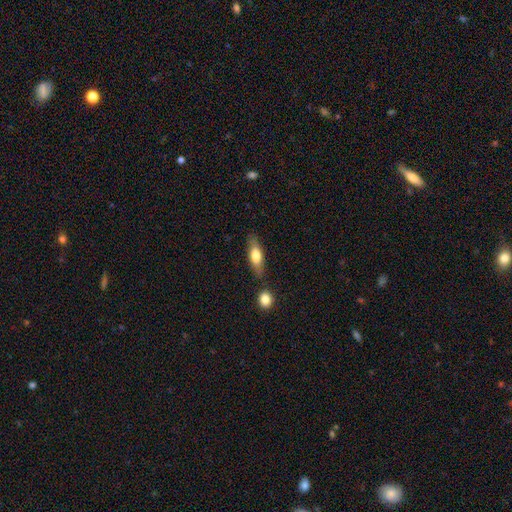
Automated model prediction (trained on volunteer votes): smooth-or-featured: smooth: 69% | featured or disk: 25% | star or artifact: 6%
  how-rounded: in between: 61% | cigar-shaped: 35% | round: 3%
  merging: none: 73% | minor disturbance: 15% | merger: 8% | major disturbance: 4%